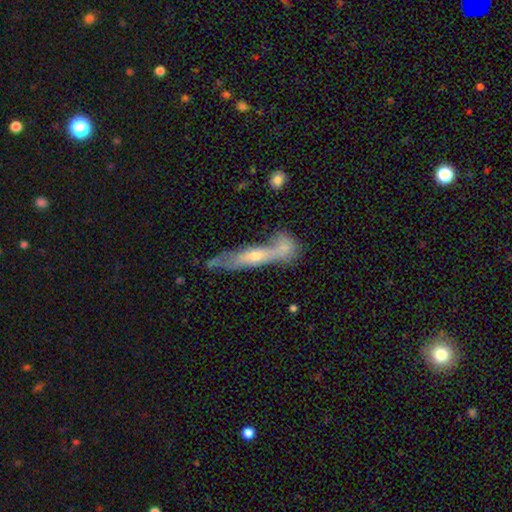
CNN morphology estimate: smooth_or_featured: featured or disk (p=0.58) [alt: smooth p=0.32]
disk_edge_on: yes (p=0.69) [alt: no p=0.31]
merging: none (p=0.42) [alt: merger p=0.33]